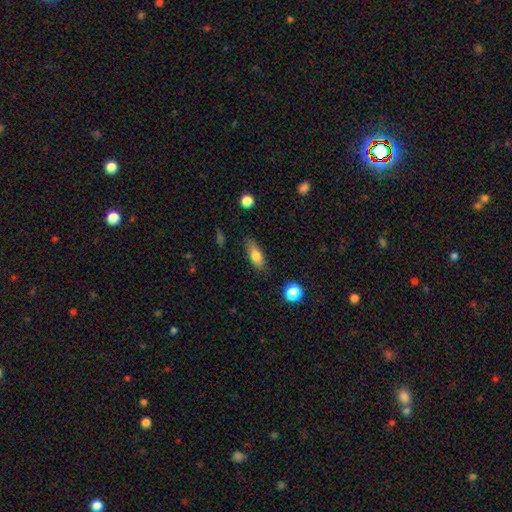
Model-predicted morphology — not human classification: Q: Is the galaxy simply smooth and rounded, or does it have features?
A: smooth — 74%.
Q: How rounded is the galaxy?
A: in between — 68%.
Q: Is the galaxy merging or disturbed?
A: none — 82%.